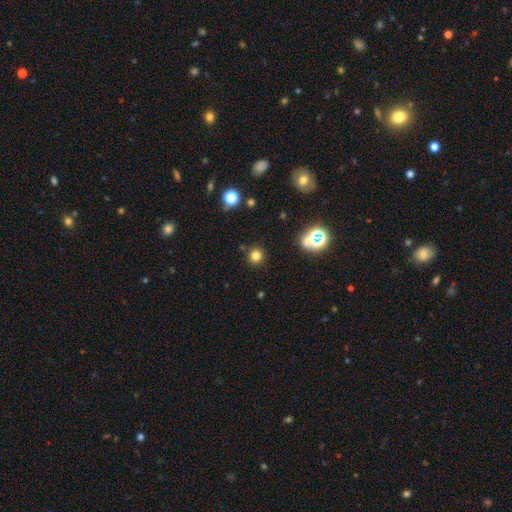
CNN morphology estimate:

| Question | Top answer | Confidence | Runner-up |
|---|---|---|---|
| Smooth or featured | smooth | 77% | star or artifact (17%) |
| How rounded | round | 93% | in between (6%) |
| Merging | none | 87% | minor disturbance (7%) |